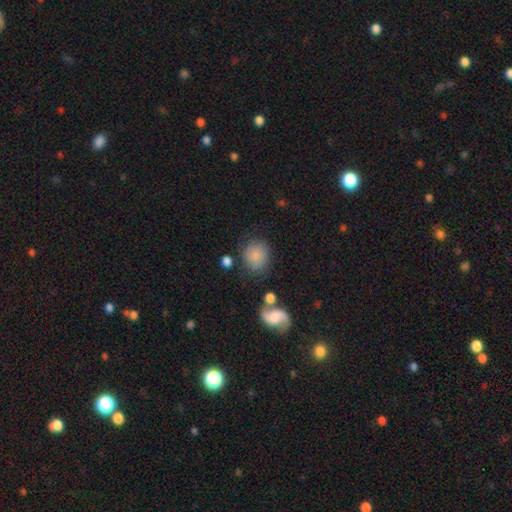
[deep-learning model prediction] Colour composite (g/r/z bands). It shows a smooth galaxy with no disk features (78%) that is round (76%). Merging: none (70%).